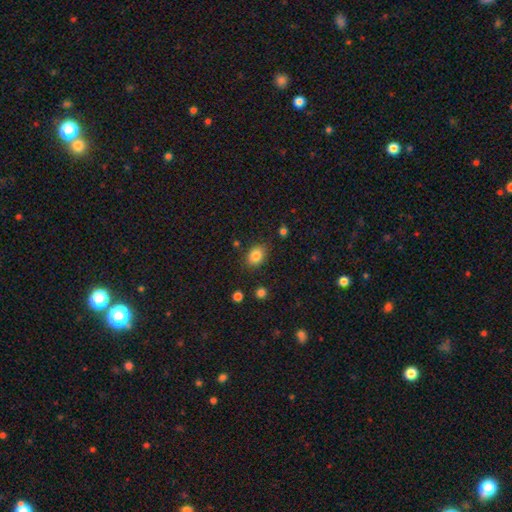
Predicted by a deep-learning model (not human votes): A smooth galaxy with no disk features (84%) that is in between round and cigar-shaped (68%).

Vote fractions:
- Smooth or featured? smooth: 84% / star or artifact: 10% / featured or disk: 6%
- How rounded? in between: 68% / round: 31% / cigar-shaped: 1%
- Merging? none: 83% / minor disturbance: 12% / major disturbance: 3% / merger: 2%